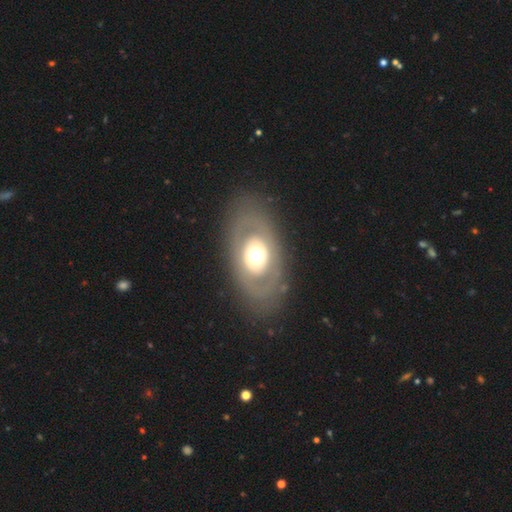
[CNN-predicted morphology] The model was most divided on "smooth or featured": featured or disk: 53%, smooth: 40%, star or artifact: 7%. More confident: edge-on disk — no (90%); merging — none (81%).